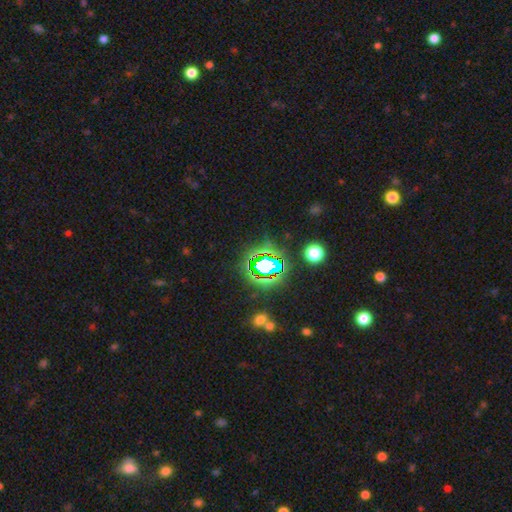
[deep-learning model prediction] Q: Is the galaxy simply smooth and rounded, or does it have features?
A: star or artifact — 76%.